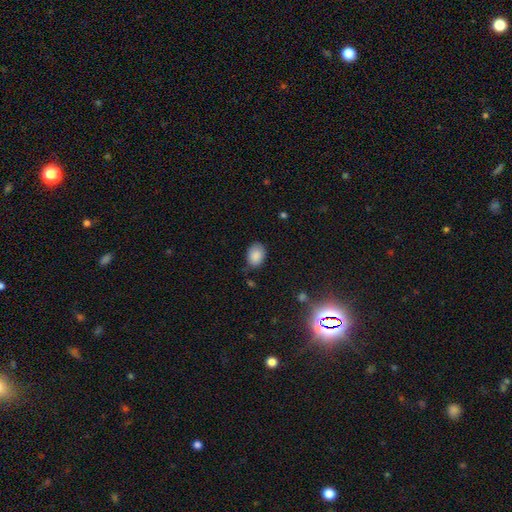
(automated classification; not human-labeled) A smooth galaxy with no disk features (87%) that is in between round and cigar-shaped (72%). Merging: none (70%).